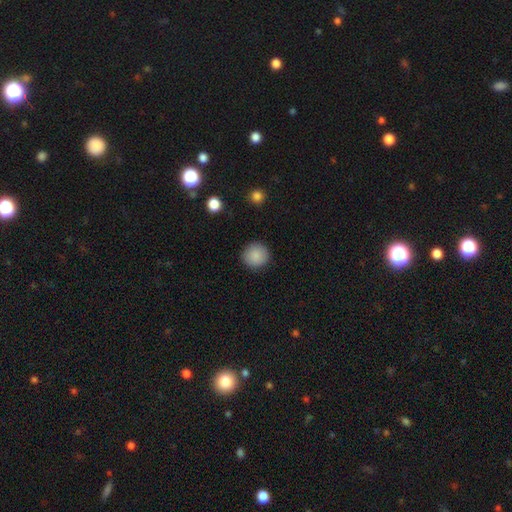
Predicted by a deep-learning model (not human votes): Smooth or featured? smooth (88%)
How rounded? round (91%)
Merging? none (90%)